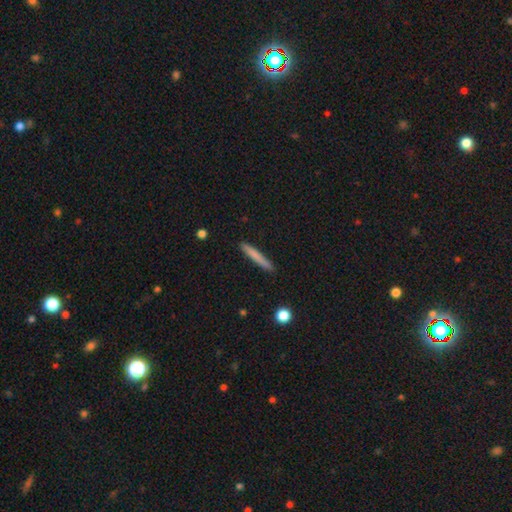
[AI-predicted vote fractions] smooth_or_featured: smooth (p=0.73) [alt: featured or disk p=0.21]
how_rounded: cigar-shaped (p=0.96) [alt: in between p=0.03]
merging: none (p=0.89) [alt: minor disturbance p=0.08]